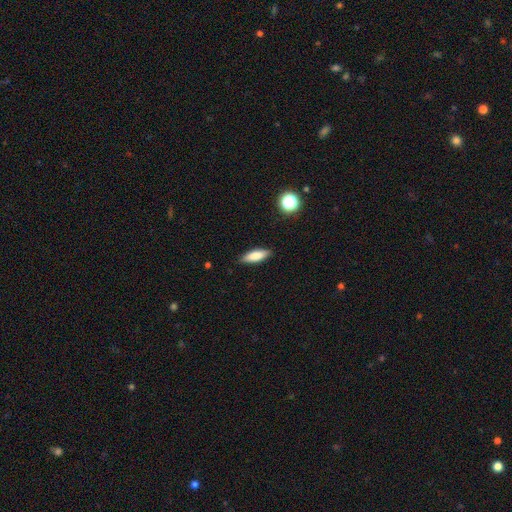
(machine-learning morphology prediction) This is clearly a smooth galaxy (80%). How rounded: possibly in between (54%). Merging: clearly none (87%).